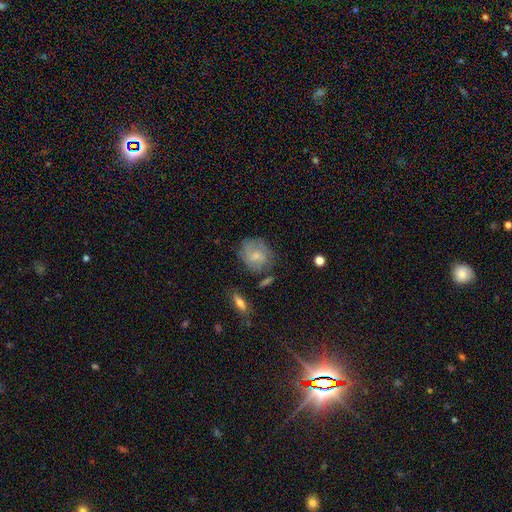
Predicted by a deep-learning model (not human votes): smooth-or-featured: smooth: 49% | featured or disk: 43% | star or artifact: 8%
  merging: none: 63% | minor disturbance: 23% | major disturbance: 9% | merger: 5%